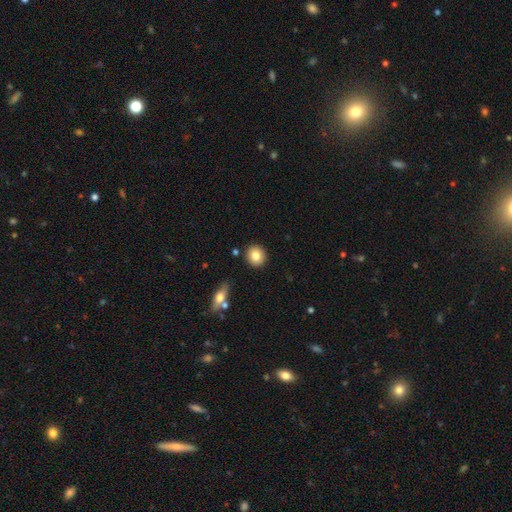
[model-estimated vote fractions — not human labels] A smooth galaxy with no disk features (82%) that is round (85%). Merging: none (89%).